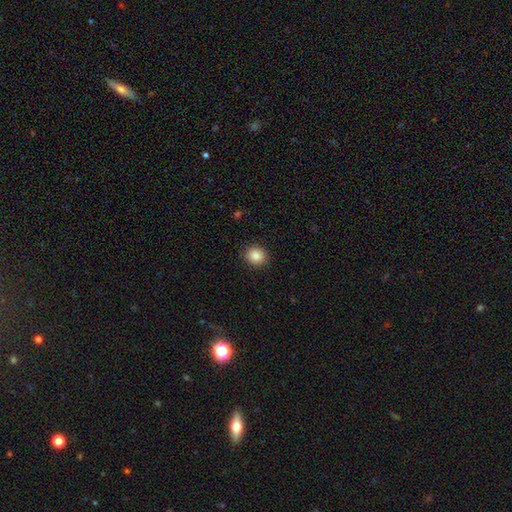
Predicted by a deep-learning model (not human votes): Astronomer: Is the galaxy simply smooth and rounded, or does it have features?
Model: smooth — 87%.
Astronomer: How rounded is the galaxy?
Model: round — 80%.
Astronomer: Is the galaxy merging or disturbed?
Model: none — 90%.